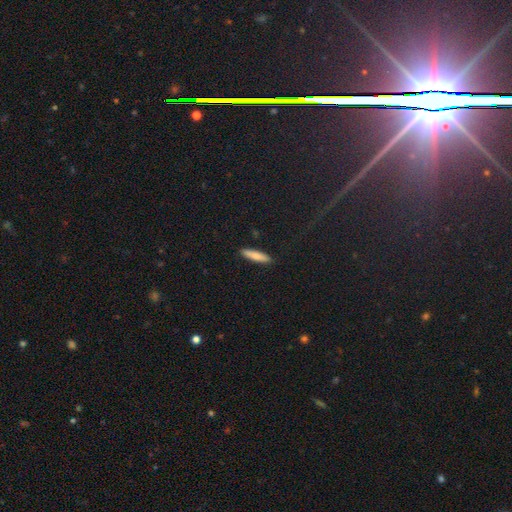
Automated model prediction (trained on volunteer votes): smooth_or_featured: smooth (p=0.80) [alt: featured or disk p=0.14]
how_rounded: cigar-shaped (p=0.79) [alt: in between p=0.20]
merging: none (p=0.90) [alt: minor disturbance p=0.07]